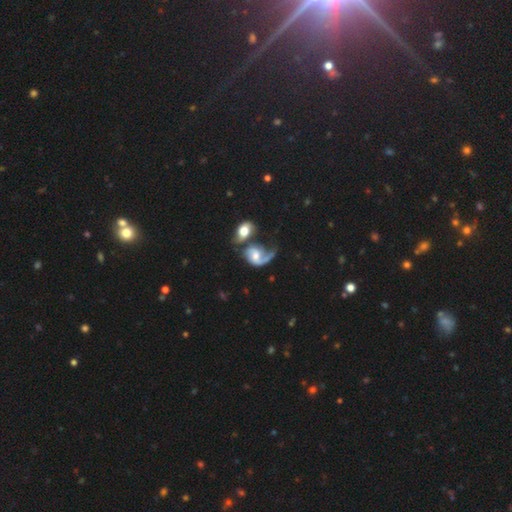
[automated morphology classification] Smooth or featured? Predicted: featured or disk (p=0.75). Edge-on disk? Predicted: no (p=0.97). Bar? Predicted: no (p=0.57). Spiral arms? Predicted: yes (p=0.91). Spiral winding? Predicted: loose (p=0.49). Spiral arm count? Predicted: 1 (p=0.51). Bulge size? Predicted: moderate (p=0.54). Merging? Predicted: merger (p=0.51).